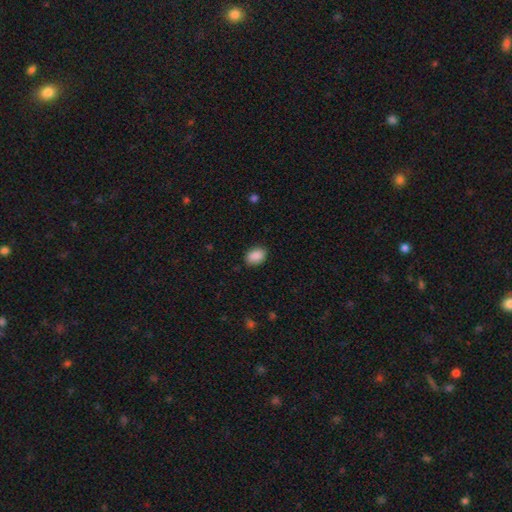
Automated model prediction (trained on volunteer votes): A smooth galaxy with no disk features (89%) that is in between round and cigar-shaped (77%).

Vote fractions:
- Smooth or featured? smooth: 89% / star or artifact: 8% / featured or disk: 3%
- How rounded? in between: 77% / round: 22% / cigar-shaped: 1%
- Merging? none: 86% / minor disturbance: 10% / major disturbance: 2% / merger: 1%